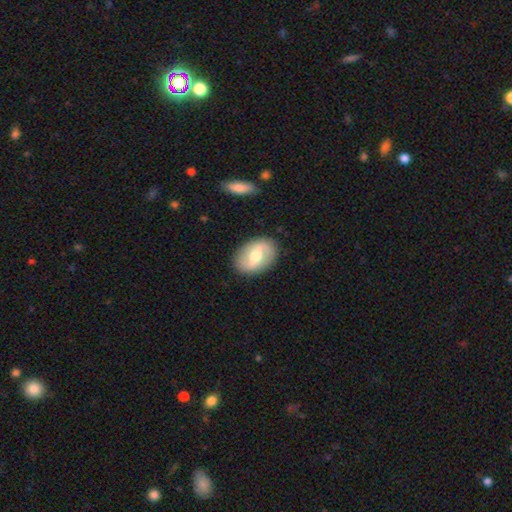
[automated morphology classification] smooth_or_featured: featured or disk (p=0.59) [alt: smooth p=0.35]
disk_edge_on: no (p=0.93) [alt: yes p=0.07]
bar: weak (p=0.44) [alt: strong p=0.36]
has_spiral_arms: yes (p=0.57) [alt: no p=0.43]
bulge_size: moderate (p=0.70) [alt: large p=0.17]
merging: none (p=0.86) [alt: minor disturbance p=0.09]